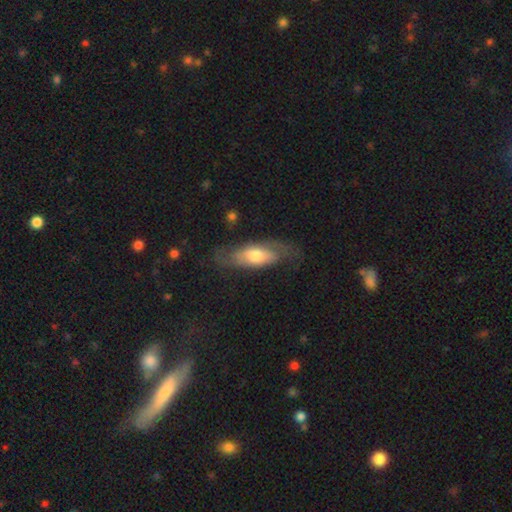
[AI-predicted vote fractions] A smooth galaxy with no disk features (47%, tied with featured or disk). Merging: none (63%).